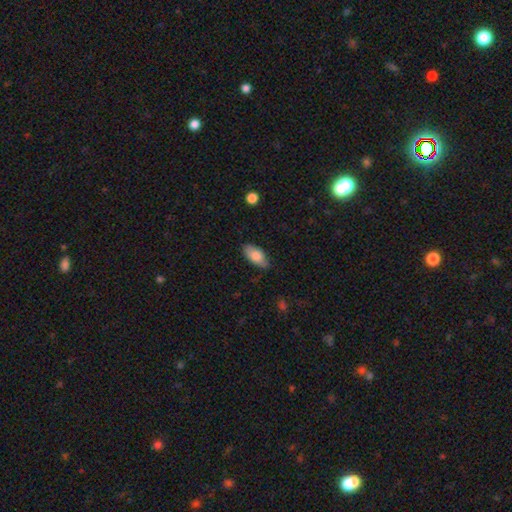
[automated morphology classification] type=smooth (81%); roundness=in between (90%); merging=none (75%).